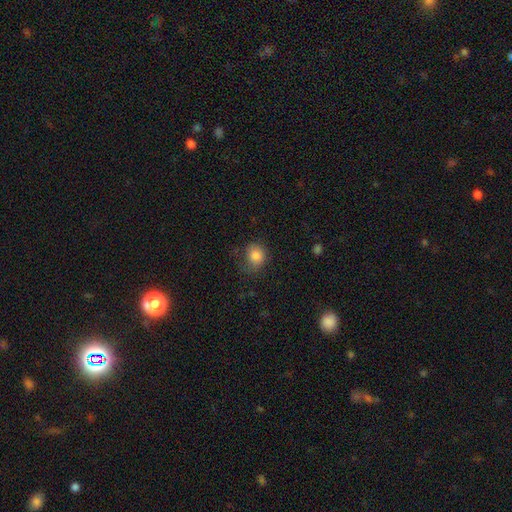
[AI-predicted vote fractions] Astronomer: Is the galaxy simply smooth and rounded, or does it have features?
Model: smooth — 83%.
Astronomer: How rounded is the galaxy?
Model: round — 70%.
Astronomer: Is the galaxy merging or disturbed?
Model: none — 60%.